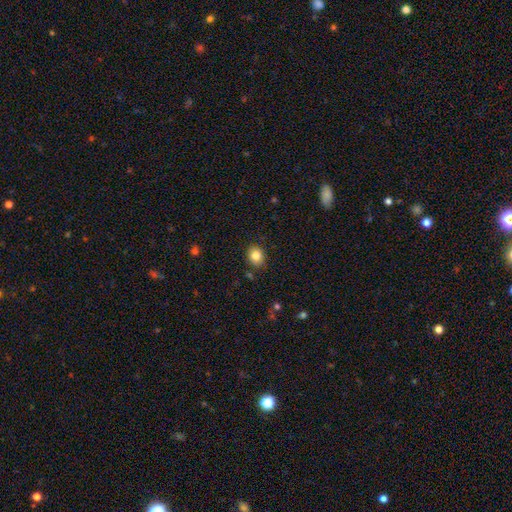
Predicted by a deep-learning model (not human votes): Overall: smooth (83%). How rounded: round (60%; in between 39%). Merging: none (87%).